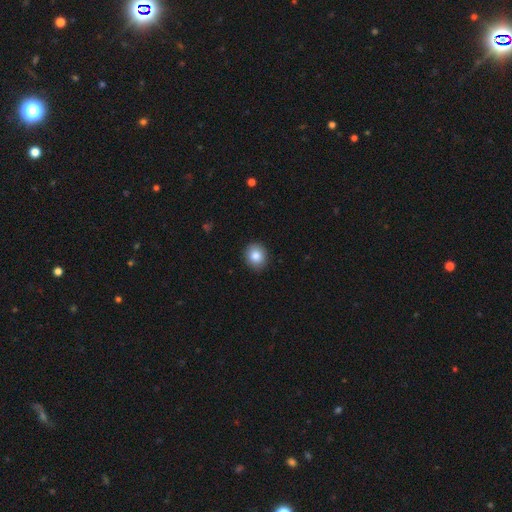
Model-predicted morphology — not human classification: type=smooth (85%); roundness=round (78%); merging=none (90%).